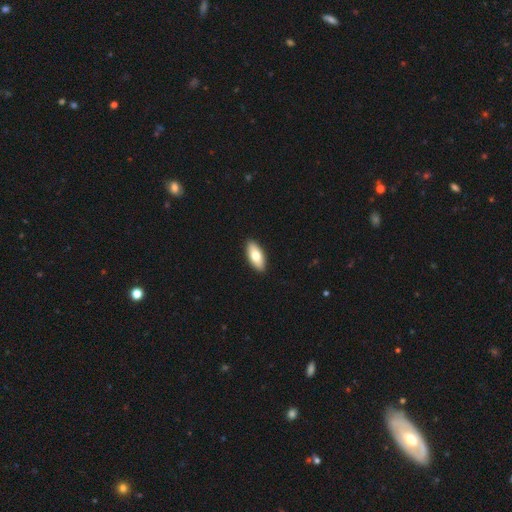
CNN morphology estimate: Smooth or featured? smooth (74%)
How rounded? in between (85%)
Merging? none (91%)